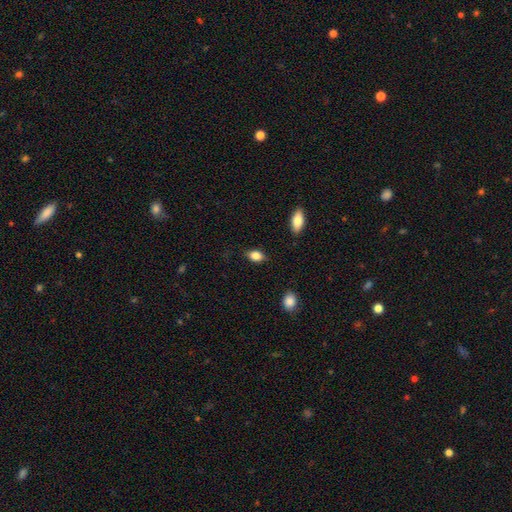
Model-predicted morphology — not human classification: Smooth or featured?
  - smooth: 83% *
  - featured or disk: 9%
  - star or artifact: 8%
How rounded?
  - in between: 81% *
  - round: 16%
  - cigar-shaped: 3%
Merging?
  - none: 81% *
  - minor disturbance: 14%
  - major disturbance: 3%
  - merger: 1%